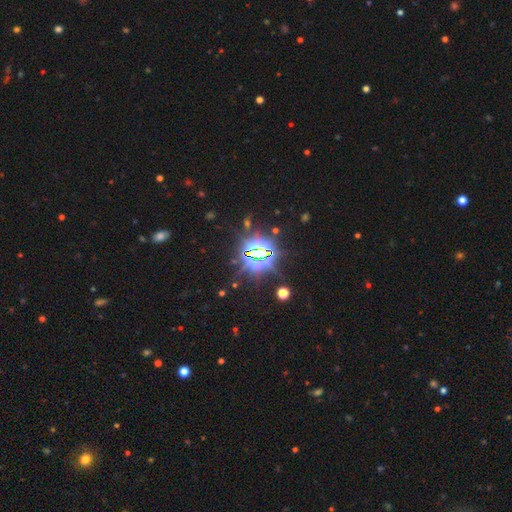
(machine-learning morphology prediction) Overall: star or artifact (83%).